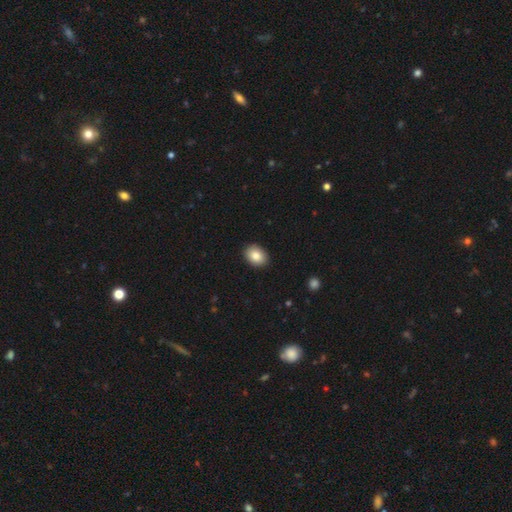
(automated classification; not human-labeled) Q: Smooth or featured?
A: smooth (85%); runner-up: star or artifact (8%)
Q: How rounded?
A: in between (71%); runner-up: round (28%)
Q: Merging?
A: none (90%); runner-up: minor disturbance (7%)